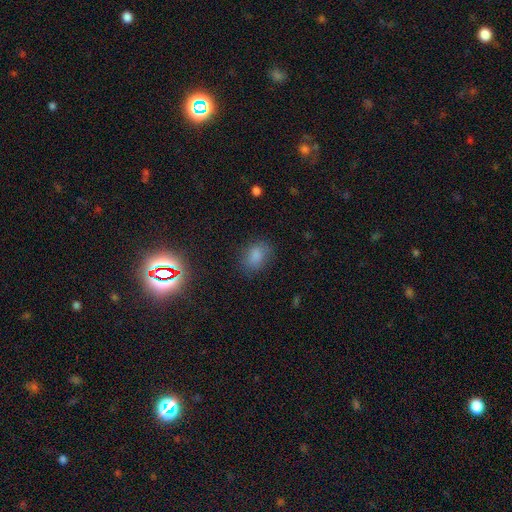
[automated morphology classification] This is clearly a smooth galaxy (81%). How rounded: likely in between (68%). Merging: likely none (77%).